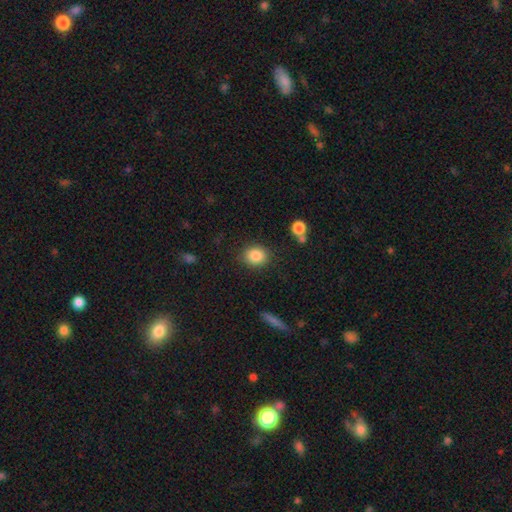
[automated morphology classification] This is clearly a smooth galaxy (86%). How rounded: likely round (74%). Merging: clearly none (85%).